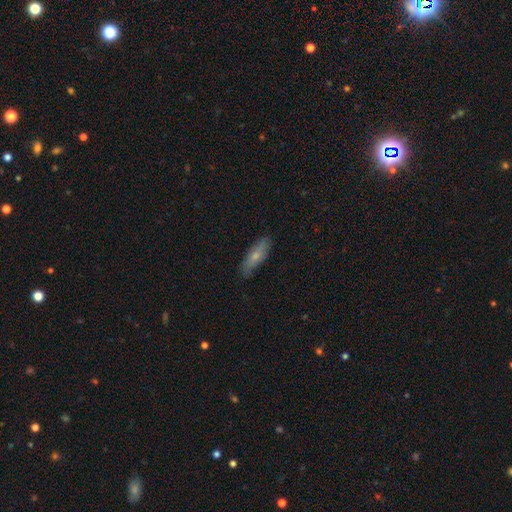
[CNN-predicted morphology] Smooth or featured?
  - smooth: 67% *
  - featured or disk: 27%
  - star or artifact: 6%
How rounded?
  - cigar-shaped: 56% *
  - in between: 42%
  - round: 2%
Merging?
  - none: 80% *
  - minor disturbance: 16%
  - major disturbance: 3%
  - merger: 1%